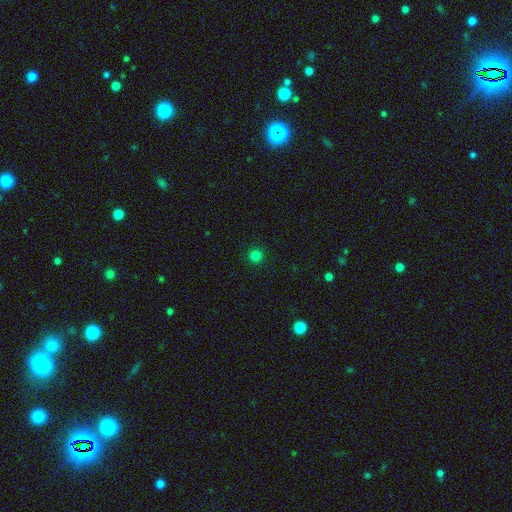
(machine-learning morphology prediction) A smooth galaxy with no disk features (81%) that is round (95%).

Vote fractions:
- Smooth or featured? smooth: 81% / star or artifact: 15% / featured or disk: 3%
- How rounded? round: 95% / in between: 4% / cigar-shaped: 1%
- Merging? none: 92% / minor disturbance: 5% / major disturbance: 2% / merger: 1%